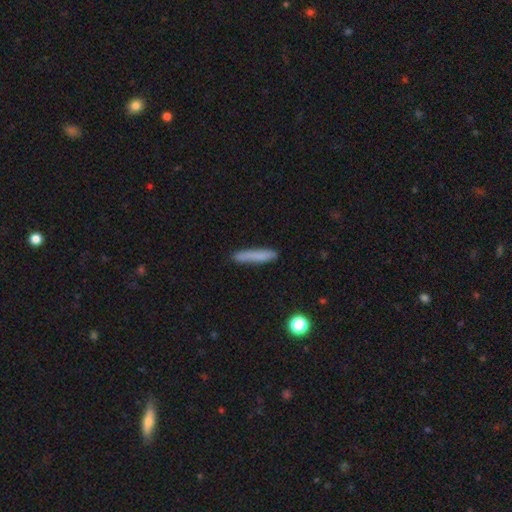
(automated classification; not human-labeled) This is likely a smooth galaxy (77%). How rounded: clearly cigar-shaped (93%). Merging: clearly none (85%).